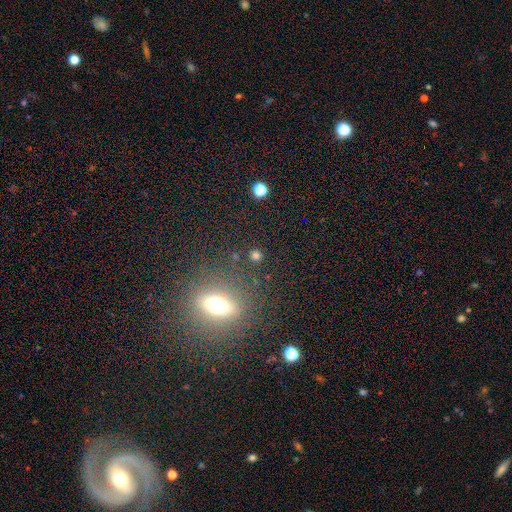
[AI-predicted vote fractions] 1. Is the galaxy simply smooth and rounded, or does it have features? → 64% smooth, 27% star or artifact, 9% featured or disk.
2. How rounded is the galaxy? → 81% round, 16% in between, 3% cigar-shaped.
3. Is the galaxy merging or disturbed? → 85% none, 8% minor disturbance, 4% major disturbance, 4% merger.